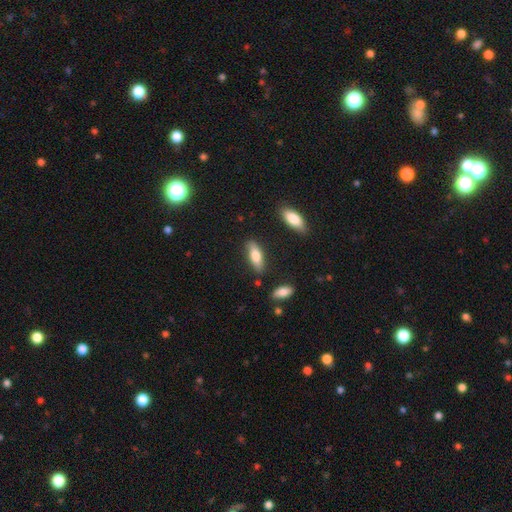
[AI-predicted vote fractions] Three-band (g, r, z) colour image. It shows a smooth galaxy with no disk features (75%) that is in between round and cigar-shaped (61%). Merging: none (79%).